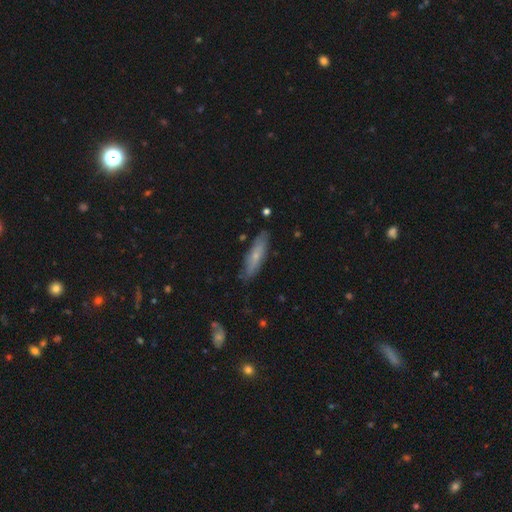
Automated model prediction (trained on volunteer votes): Smooth or featured? smooth (55%)
How rounded? cigar-shaped (68%)
Merging? none (80%)